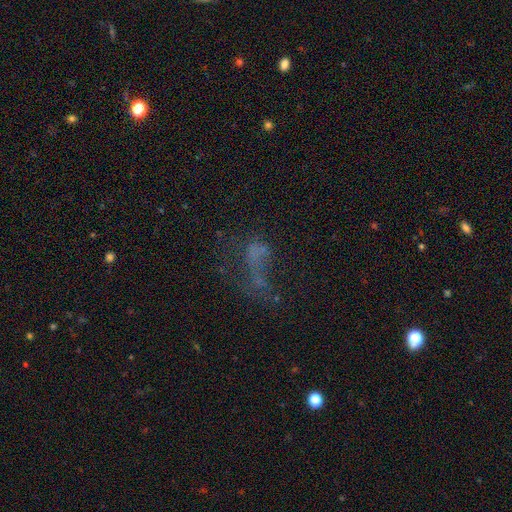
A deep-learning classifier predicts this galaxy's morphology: Overall: featured or disk (36%; smooth 34%). Merging: major disturbance (40%; none 35%).